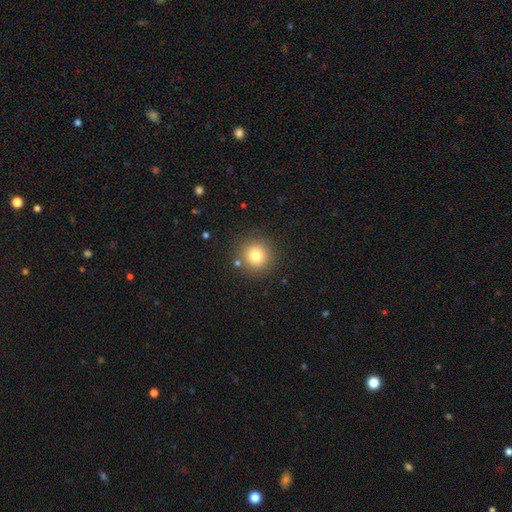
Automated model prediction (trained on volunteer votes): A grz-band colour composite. It shows a smooth galaxy with no disk features (78%) that is round (94%). Merging: none (85%).